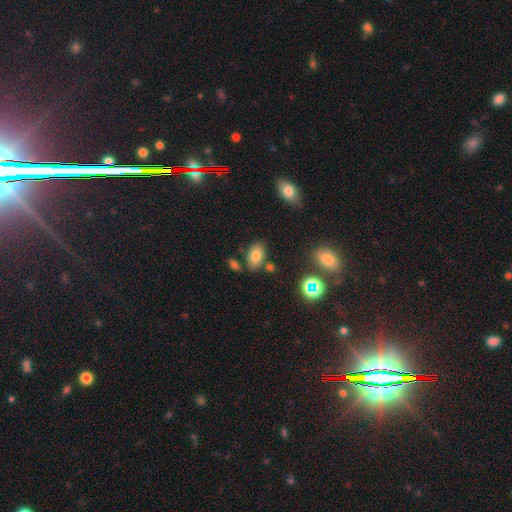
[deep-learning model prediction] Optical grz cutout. It shows a smooth galaxy with no disk features (77%) that is in between round and cigar-shaped (90%). Merging: none (75%).